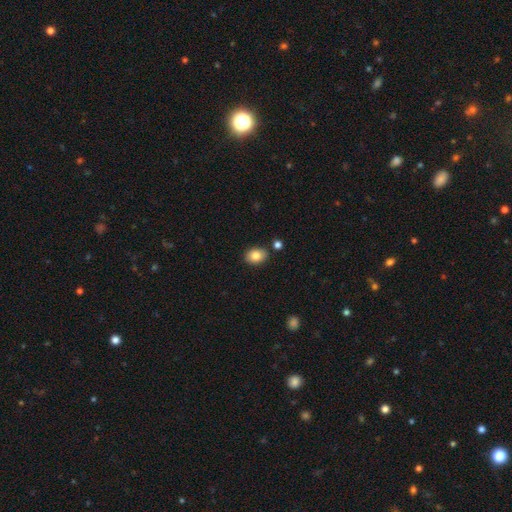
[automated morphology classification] smooth_or_featured: smooth (p=0.84) [alt: star or artifact p=0.08]
how_rounded: in between (p=0.71) [alt: round p=0.28]
merging: none (p=0.84) [alt: minor disturbance p=0.10]